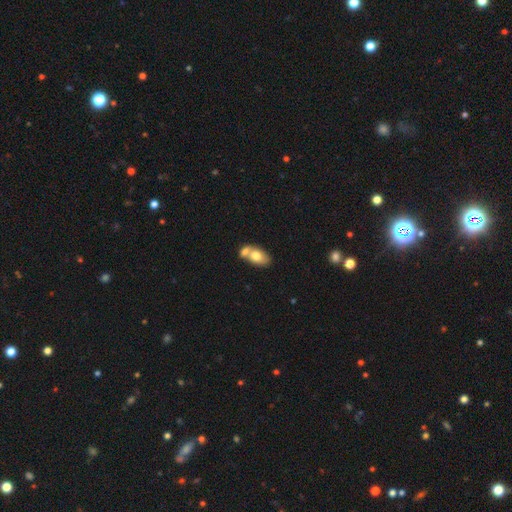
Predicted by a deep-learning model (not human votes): This is likely a smooth galaxy (73%). How rounded: clearly in between (87%). Merging: possibly merger (56%).